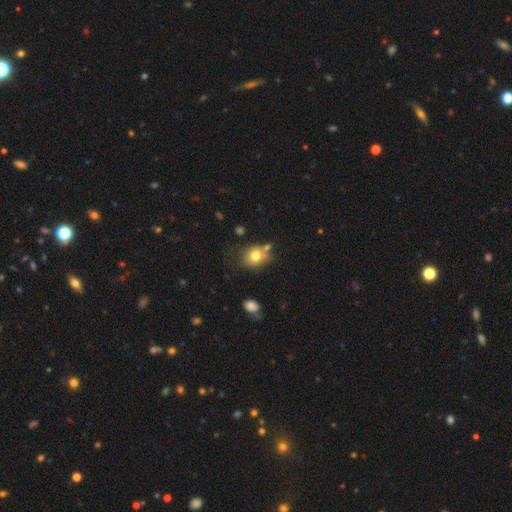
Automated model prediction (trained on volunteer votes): smooth 76%, featured or disk 13%, star or artifact 11%. Down the decision tree: how rounded — round (58%); merging — none (57%).